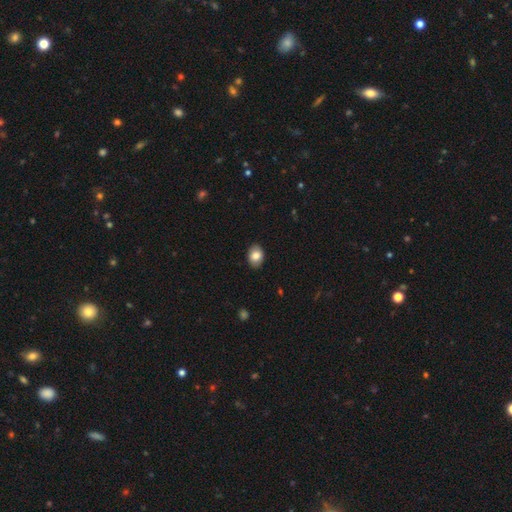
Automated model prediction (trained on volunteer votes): Smooth or featured? smooth (82%)
How rounded? in between (73%)
Merging? none (88%)